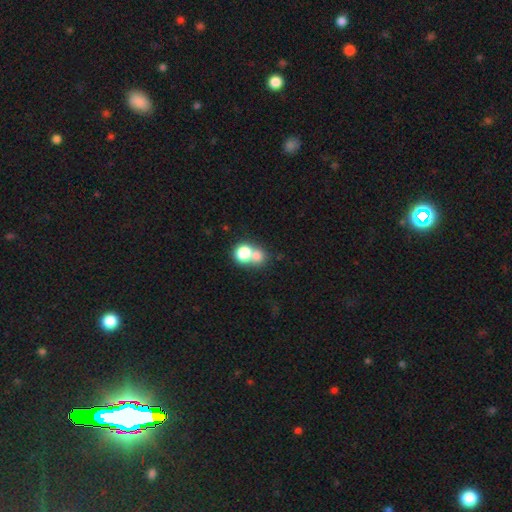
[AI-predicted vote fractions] The model was most divided on "merging": merger: 57%, none: 33%, minor disturbance: 6%, major disturbance: 5%. More confident: how rounded — round (74%); smooth or featured — smooth (73%).